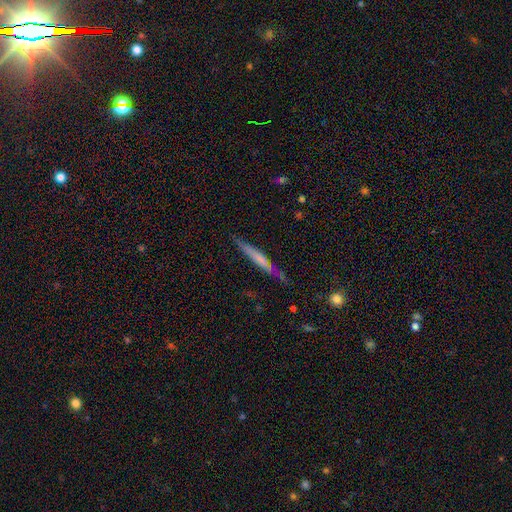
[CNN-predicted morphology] Overall: featured or disk (55%; smooth 37%). Edge-on disk: yes (96%). Edge-on bulge: none (62%; rounded 25%). Merging: none (86%).